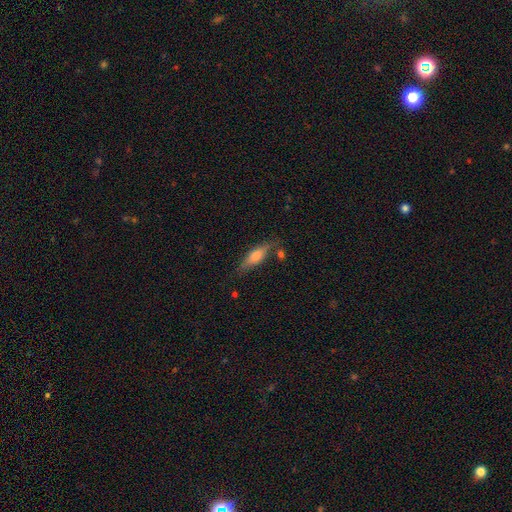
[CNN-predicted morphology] Overall: smooth (59%; featured or disk 34%). How rounded: cigar-shaped (49%, tied with in between). Merging: none (69%).